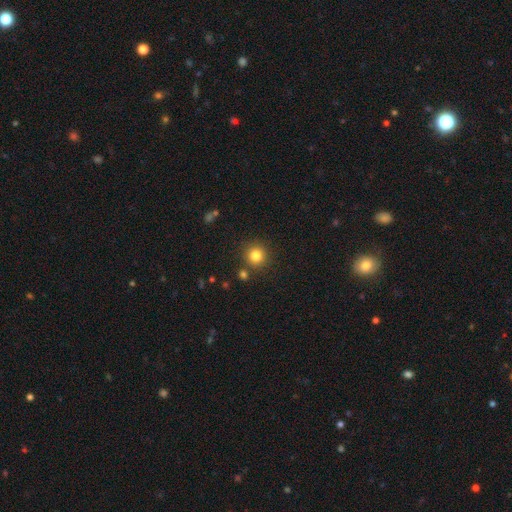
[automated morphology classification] smooth-or-featured: smooth: 81% | star or artifact: 12% | featured or disk: 6%
  how-rounded: round: 94% | in between: 5% | cigar-shaped: 1%
  merging: none: 85% | minor disturbance: 7% | merger: 5% | major disturbance: 2%